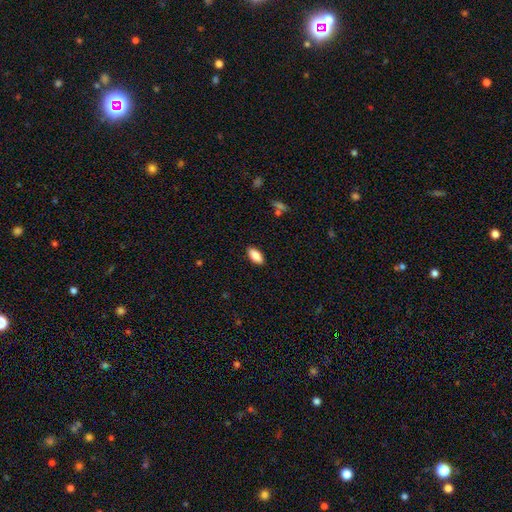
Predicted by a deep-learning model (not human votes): Overall: smooth (84%). How rounded: in between (88%). Merging: none (89%).